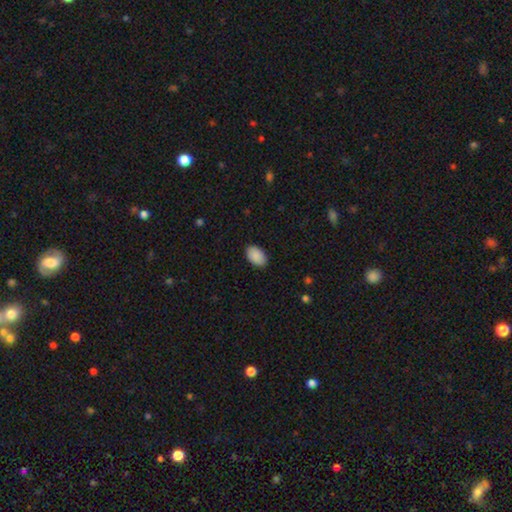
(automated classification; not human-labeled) Smooth or featured: smooth — 90% (star or artifact — 6%)
How rounded: in between — 91% (round — 8%)
Merging: none — 89% (minor disturbance — 8%)